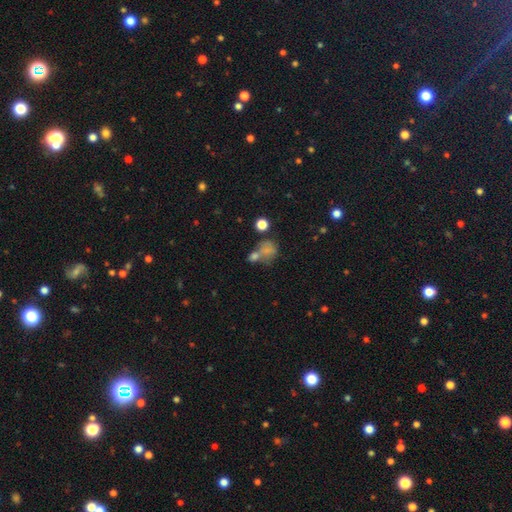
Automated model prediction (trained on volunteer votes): Q: Smooth or featured?
A: smooth (60%); runner-up: star or artifact (22%)
Q: How rounded?
A: round (58%); runner-up: in between (40%)
Q: Merging?
A: merger (39%); runner-up: none (37%)